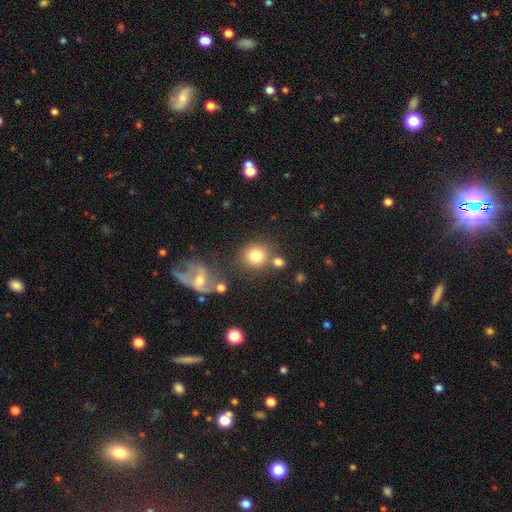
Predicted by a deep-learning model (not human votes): Smooth or featured?
  - smooth: 77% *
  - featured or disk: 12%
  - star or artifact: 10%
How rounded?
  - round: 85% *
  - in between: 14%
  - cigar-shaped: 1%
Merging?
  - none: 65% *
  - merger: 17%
  - minor disturbance: 12%
  - major disturbance: 6%